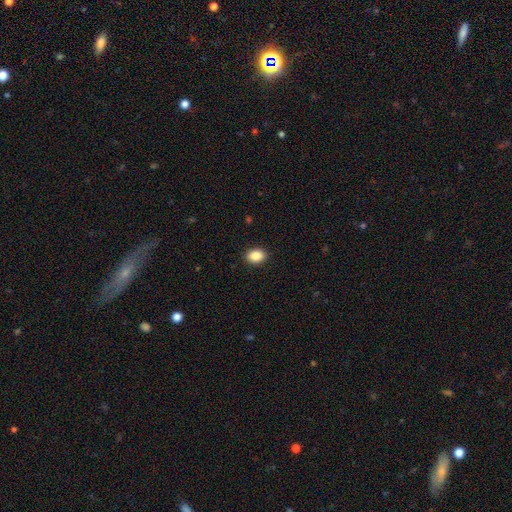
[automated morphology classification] A smooth galaxy with no disk features (88%) that is in between round and cigar-shaped (78%). Merging: none (90%).